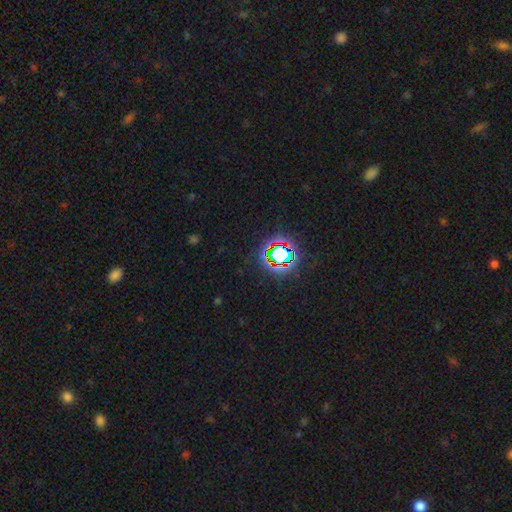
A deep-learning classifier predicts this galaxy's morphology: A star or artifact, not a galaxy (74%).

Vote fractions:
- Smooth or featured? star or artifact: 74% / smooth: 18% / featured or disk: 8%